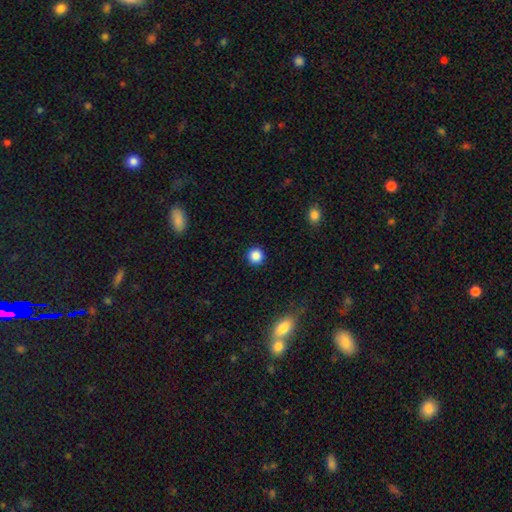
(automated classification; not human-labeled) smooth 87%, star or artifact 11%, featured or disk 3%. Down the decision tree: how rounded — round (95%); merging — none (91%).